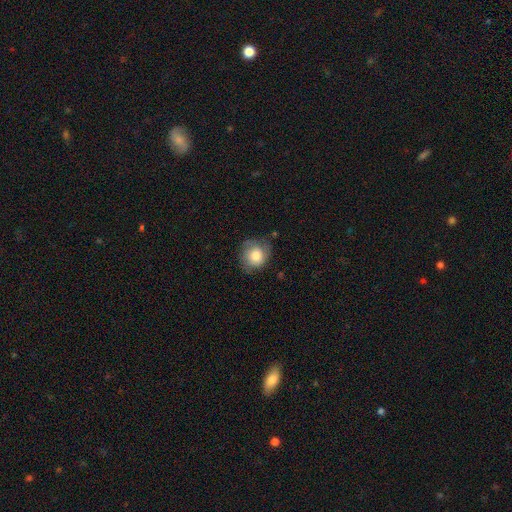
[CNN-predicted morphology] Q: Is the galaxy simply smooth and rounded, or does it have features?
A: smooth — 71%.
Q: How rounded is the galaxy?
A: round — 81%.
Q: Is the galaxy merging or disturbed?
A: none — 65%.